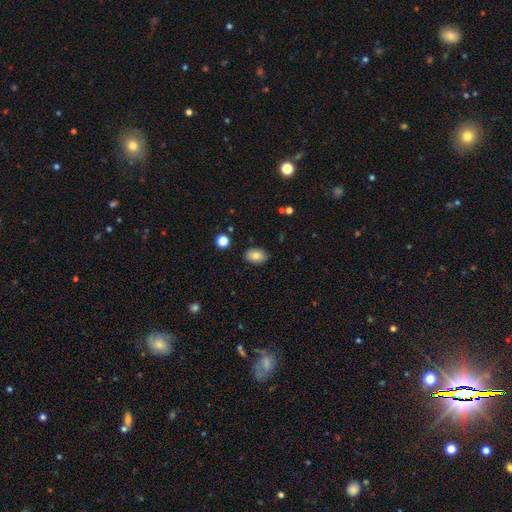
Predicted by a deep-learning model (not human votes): Smooth or featured? Predicted: smooth (p=0.83). How rounded? Predicted: in between (p=0.87). Merging? Predicted: none (p=0.86).